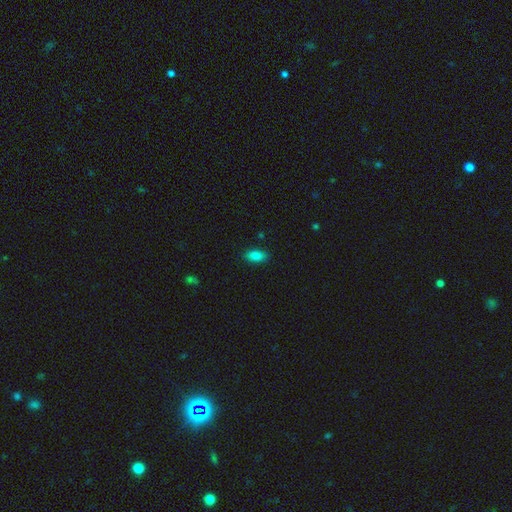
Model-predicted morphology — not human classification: Smooth or featured? smooth (85%)
How rounded? in between (89%)
Merging? none (87%)